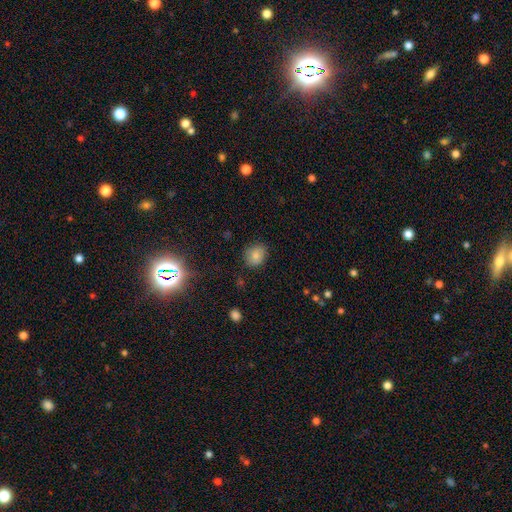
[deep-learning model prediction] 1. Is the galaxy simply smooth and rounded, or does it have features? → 80% smooth, 11% star or artifact, 9% featured or disk.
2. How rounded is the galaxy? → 66% round, 33% in between, 1% cigar-shaped.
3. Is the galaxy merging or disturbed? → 82% none, 13% minor disturbance, 3% major disturbance, 1% merger.